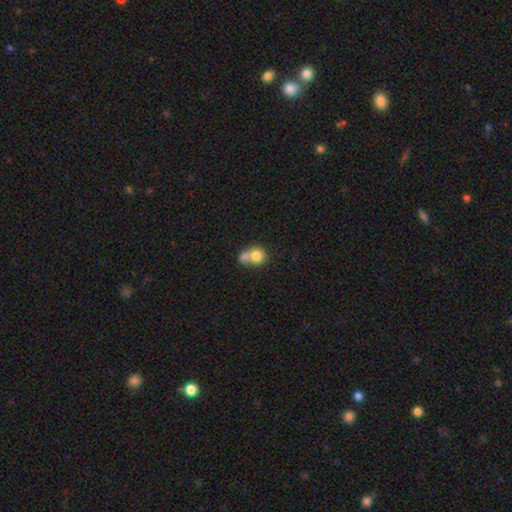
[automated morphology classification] A smooth galaxy with no disk features (77%) that is round (77%). Merging: merger (61%).